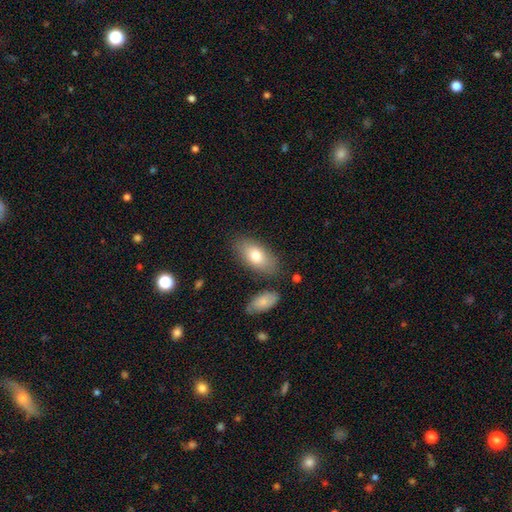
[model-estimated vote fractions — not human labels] Smooth or featured? smooth (77%)
How rounded? in between (90%)
Merging? none (77%)